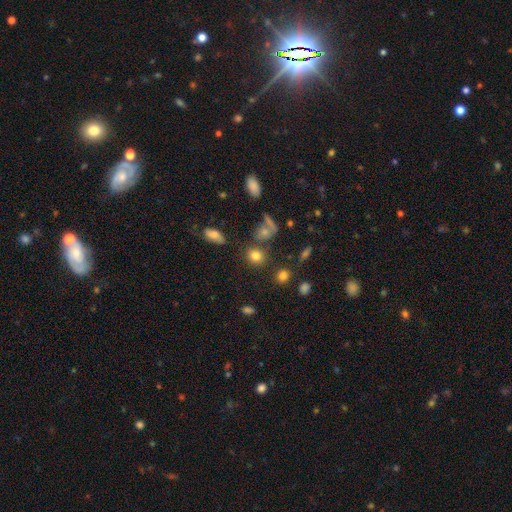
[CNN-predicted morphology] Overall: smooth (79%). How rounded: round (70%). Merging: none (74%).